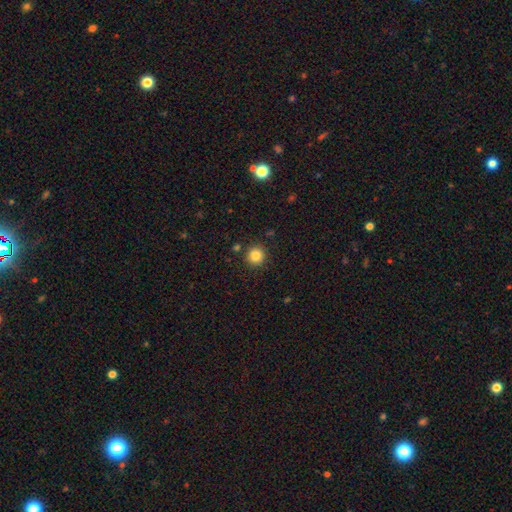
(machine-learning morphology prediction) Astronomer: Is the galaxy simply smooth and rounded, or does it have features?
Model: smooth — 84%.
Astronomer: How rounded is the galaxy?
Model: round — 94%.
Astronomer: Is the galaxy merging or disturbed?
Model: none — 89%.